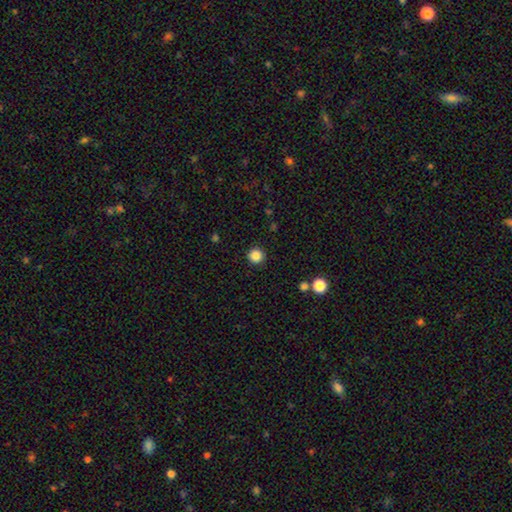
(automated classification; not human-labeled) Smooth or featured?
  - smooth: 86% *
  - star or artifact: 11%
  - featured or disk: 3%
How rounded?
  - round: 96% *
  - in between: 4%
  - cigar-shaped: 1%
Merging?
  - none: 93% *
  - minor disturbance: 5%
  - major disturbance: 2%
  - merger: 1%